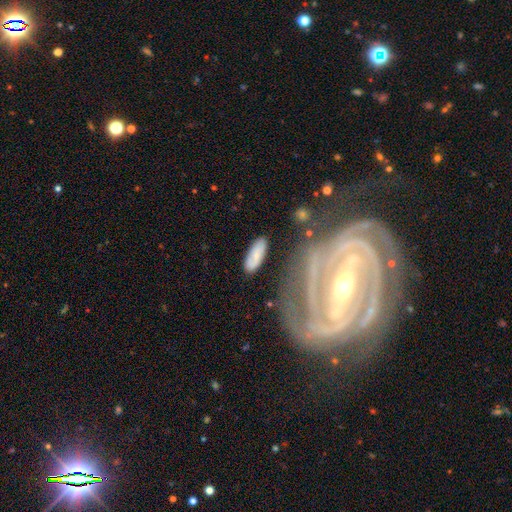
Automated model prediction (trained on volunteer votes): This is likely a smooth galaxy (65%). How rounded: likely in between (74%). Merging: likely none (78%).